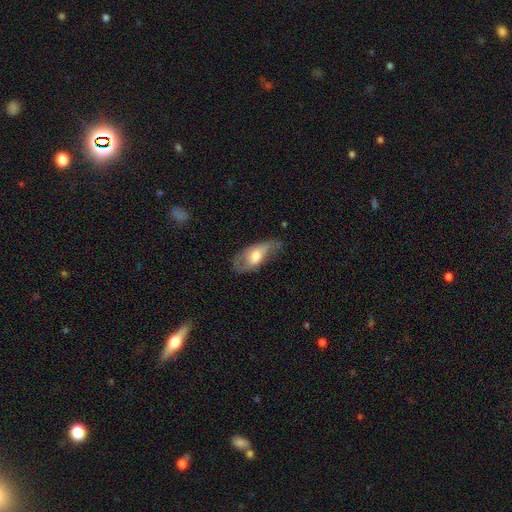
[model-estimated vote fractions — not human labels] Q: Smooth or featured?
A: smooth (50%); runner-up: featured or disk (44%)
Q: Merging?
A: none (43%); runner-up: minor disturbance (34%)